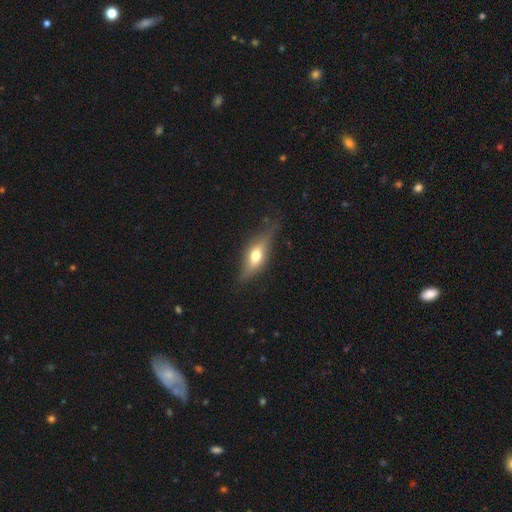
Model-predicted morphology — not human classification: Smooth or featured?
  - smooth: 47% *
  - featured or disk: 45%
  - star or artifact: 8%
Merging?
  - none: 74% *
  - minor disturbance: 19%
  - major disturbance: 6%
  - merger: 1%